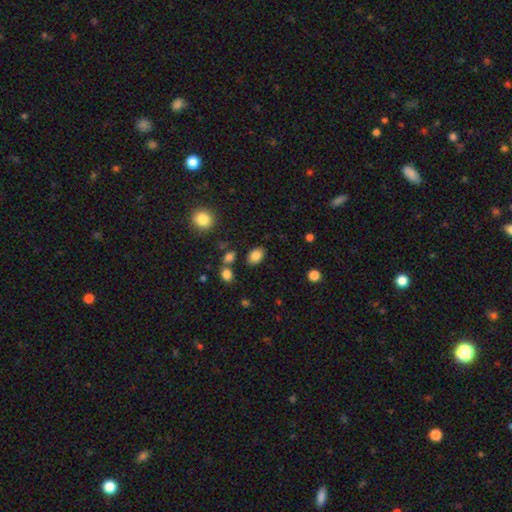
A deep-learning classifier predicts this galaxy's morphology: This is clearly a smooth galaxy (85%). How rounded: clearly in between (84%). Merging: clearly none (83%).